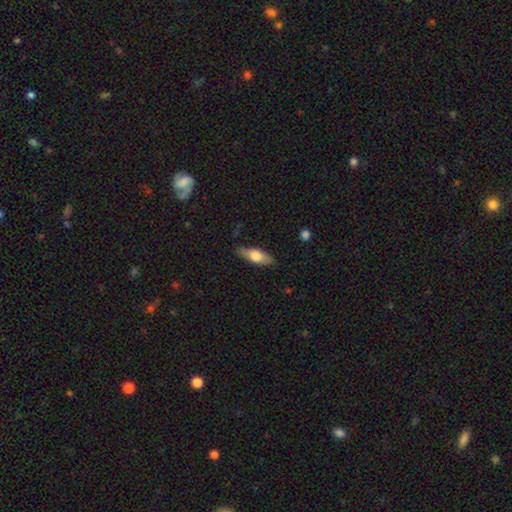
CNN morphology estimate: Smooth or featured? smooth (66%)
How rounded? in between (66%)
Merging? none (83%)